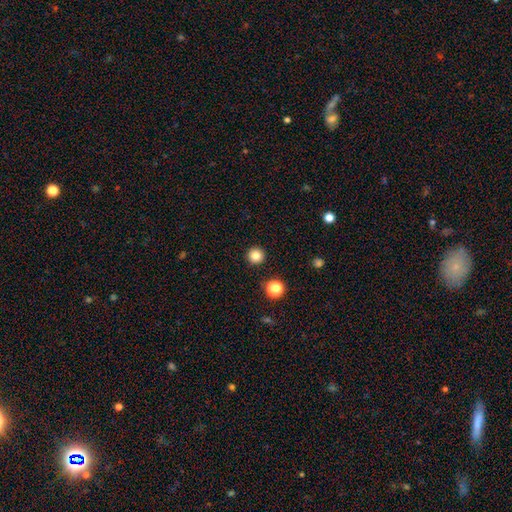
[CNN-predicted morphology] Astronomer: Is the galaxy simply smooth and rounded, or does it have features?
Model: smooth — 83%.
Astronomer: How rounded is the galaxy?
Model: round — 96%.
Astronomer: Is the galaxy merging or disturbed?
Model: none — 93%.